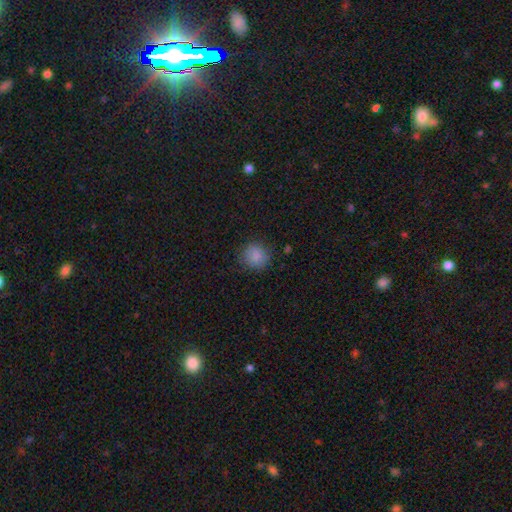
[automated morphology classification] smooth_or_featured: smooth (p=0.85) [alt: star or artifact p=0.10]
how_rounded: round (p=0.88) [alt: in between p=0.11]
merging: none (p=0.83) [alt: minor disturbance p=0.12]